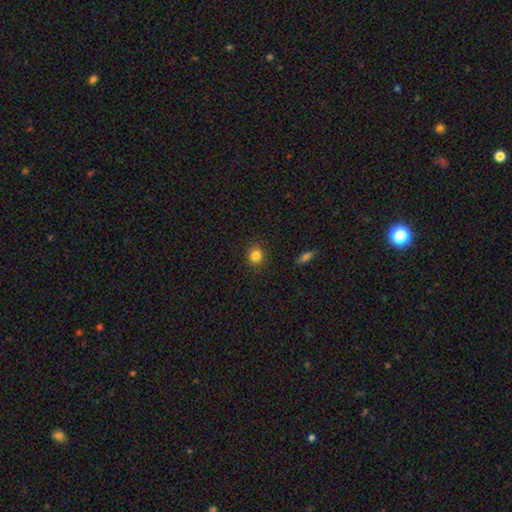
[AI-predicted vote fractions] Overall: smooth (83%). How rounded: round (87%). Merging: none (91%).